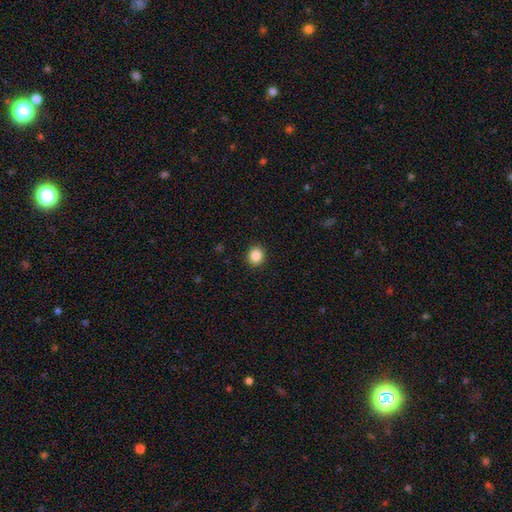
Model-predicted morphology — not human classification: Smooth or featured: smooth — 86% (star or artifact — 10%)
How rounded: round — 87% (in between — 12%)
Merging: none — 92% (minor disturbance — 5%)